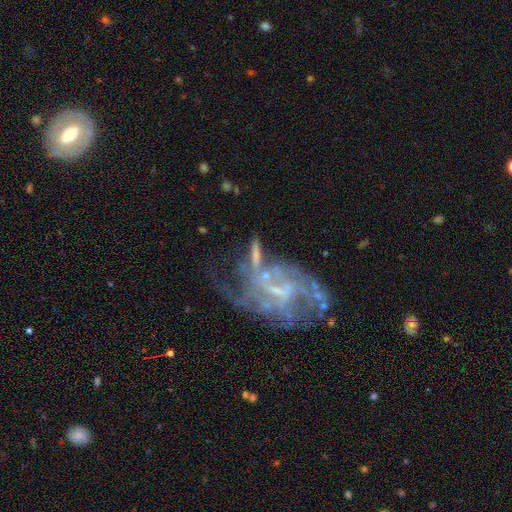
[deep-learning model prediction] This is possibly a featured or disk galaxy (58%). It is likely not viewed edge-on (74%). Merging: marginally none (44%).